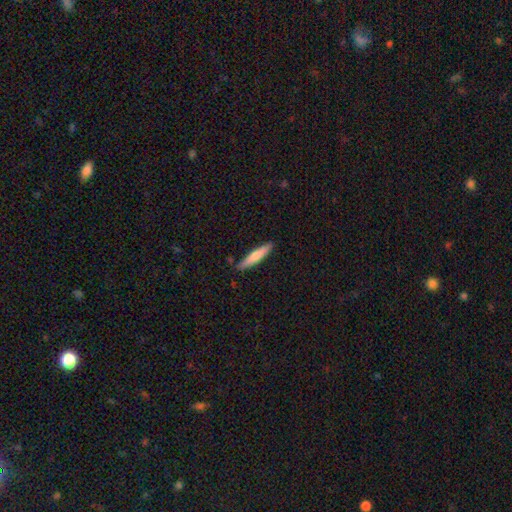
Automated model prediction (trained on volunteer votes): smooth-or-featured: smooth: 68% | featured or disk: 26% | star or artifact: 5%
  how-rounded: cigar-shaped: 90% | in between: 9% | round: 1%
  merging: none: 88% | minor disturbance: 9% | major disturbance: 2% | merger: 2%